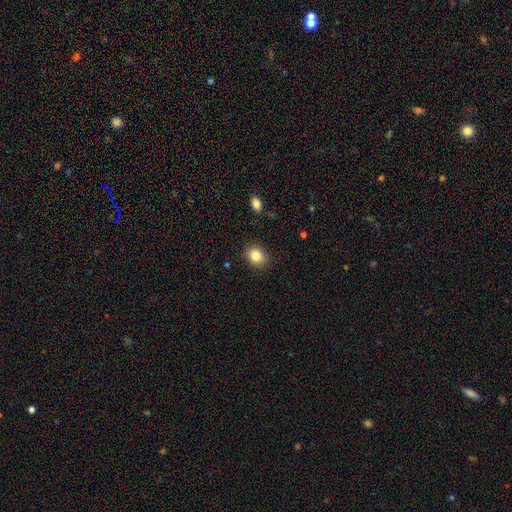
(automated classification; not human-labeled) Smooth or featured? Predicted: smooth (p=0.84). How rounded? Predicted: round (p=0.62). Merging? Predicted: none (p=0.87).